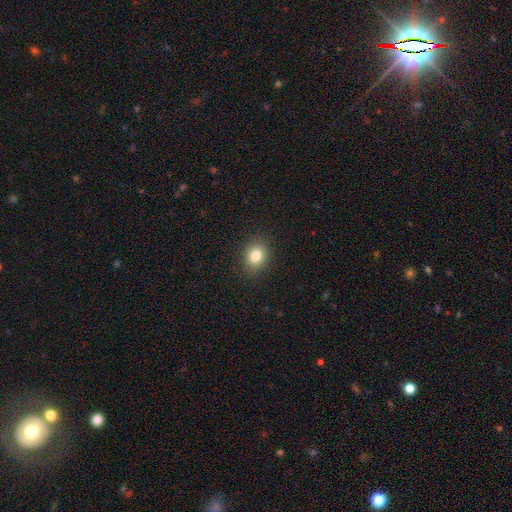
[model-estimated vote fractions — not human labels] Smooth or featured?
  - smooth: 81% *
  - star or artifact: 11%
  - featured or disk: 8%
How rounded?
  - round: 52% *
  - in between: 47%
  - cigar-shaped: 1%
Merging?
  - none: 89% *
  - minor disturbance: 8%
  - major disturbance: 3%
  - merger: 1%